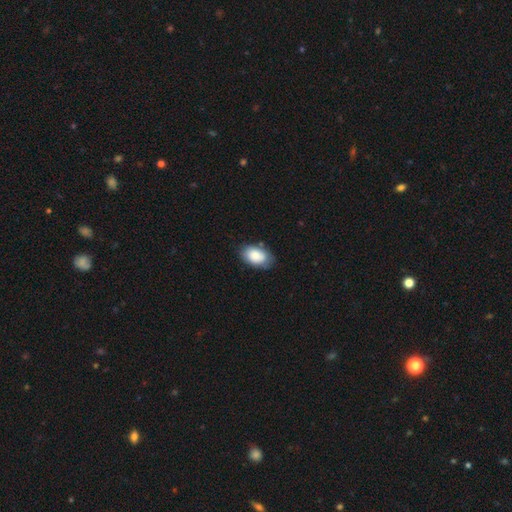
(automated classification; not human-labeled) The model was most divided on "merging": none: 76%, minor disturbance: 18%, major disturbance: 4%, merger: 2%. More confident: how rounded — in between (92%); smooth or featured — smooth (85%).